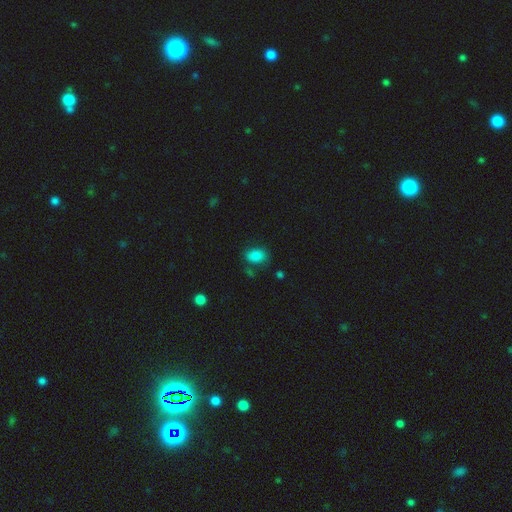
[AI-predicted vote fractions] The model was most divided on "merging": none: 75%, minor disturbance: 15%, major disturbance: 5%, merger: 4%. More confident: smooth or featured — smooth (84%); how rounded — in between (81%).